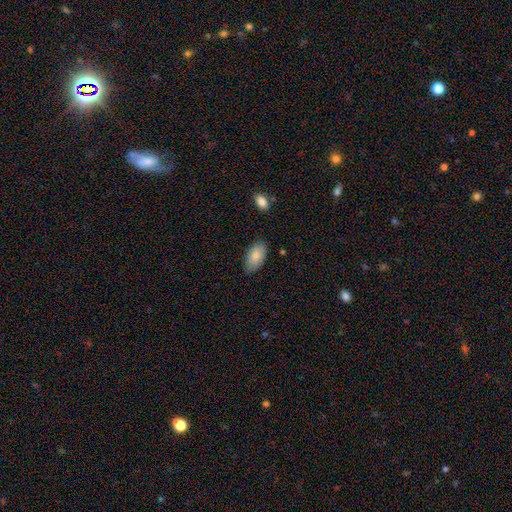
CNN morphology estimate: Smooth or featured? Predicted: smooth (p=0.84). How rounded? Predicted: in between (p=0.95). Merging? Predicted: none (p=0.80).